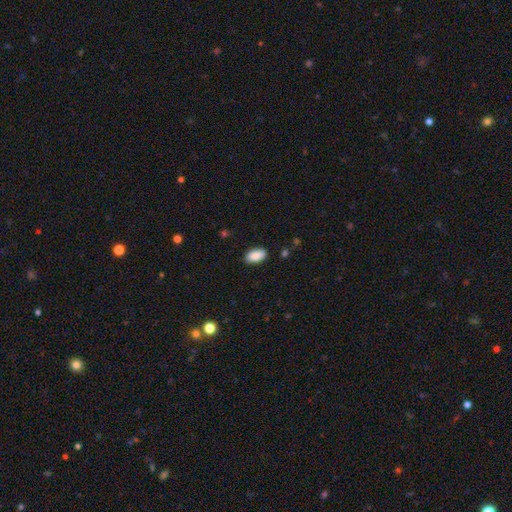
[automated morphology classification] smooth 89%, star or artifact 7%, featured or disk 4%. Down the decision tree: how rounded — in between (94%); merging — none (86%).